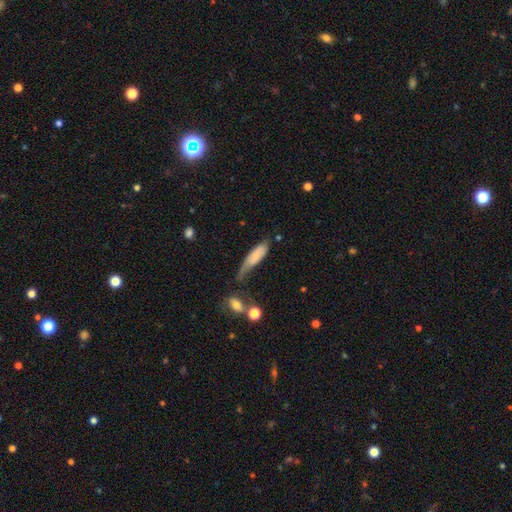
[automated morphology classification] Smooth or featured? smooth (67%)
How rounded? in between (55%)
Merging? major disturbance (32%)